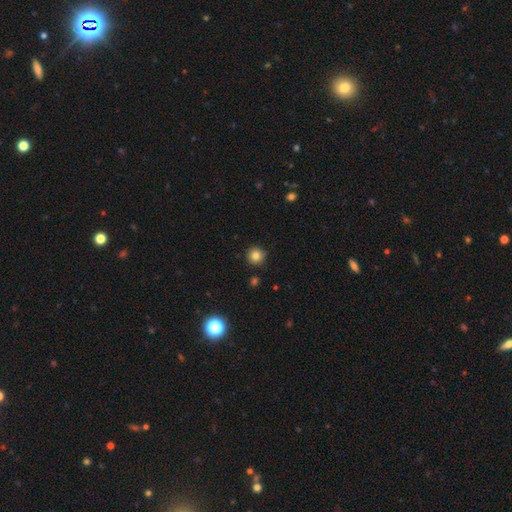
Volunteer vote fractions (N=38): Volunteers were most divided on "smooth or featured": smooth: 84%, featured or disk: 8%, star or artifact: 8%. More confident: how rounded — round (97%); merging — none (91%).